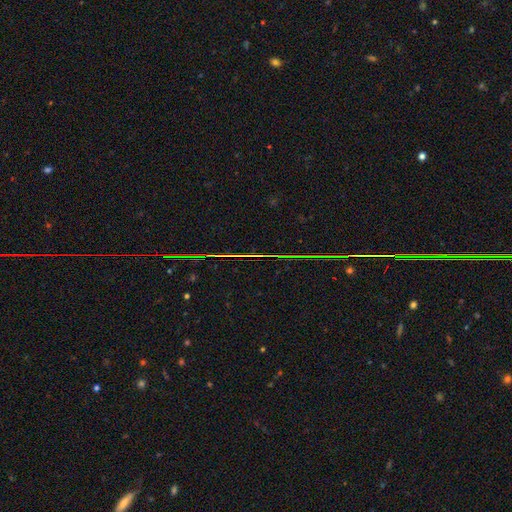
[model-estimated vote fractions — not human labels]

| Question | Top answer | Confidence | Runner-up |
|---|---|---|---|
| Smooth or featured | star or artifact | 84% | smooth (8%) |